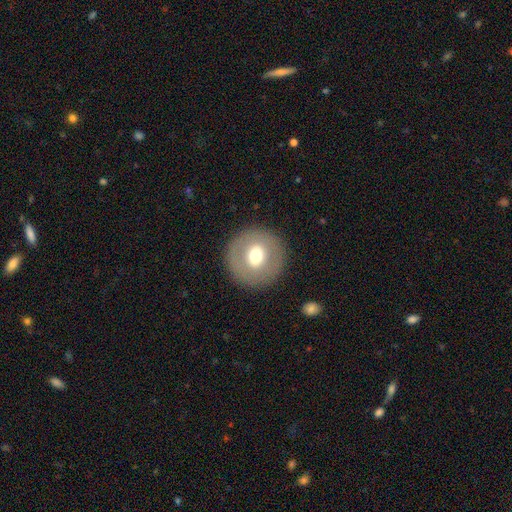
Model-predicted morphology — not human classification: smooth 57%, featured or disk 35%, star or artifact 8%. Down the decision tree: how rounded — round (94%); merging — none (89%).